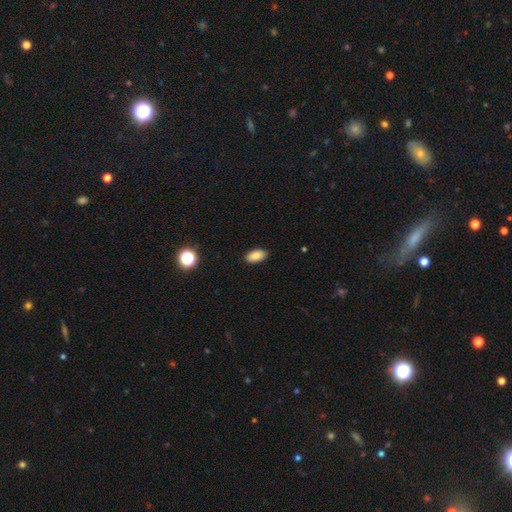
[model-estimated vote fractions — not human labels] The model was most divided on "smooth or featured": smooth: 86%, star or artifact: 9%, featured or disk: 6%. More confident: how rounded — in between (93%); merging — none (89%).